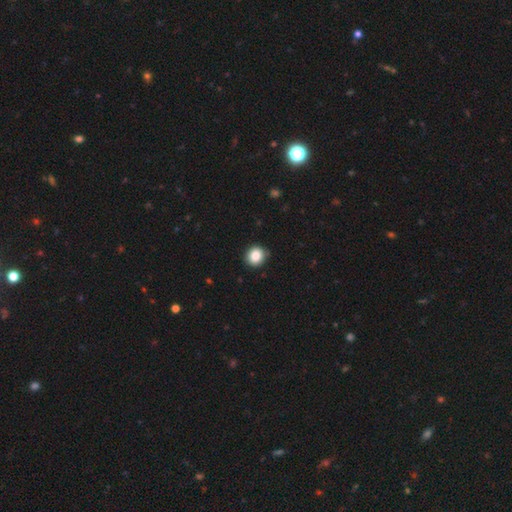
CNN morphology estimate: The model was most divided on "how rounded": round: 83%, in between: 16%, cigar-shaped: 1%. More confident: merging — none (89%); smooth or featured — smooth (85%).